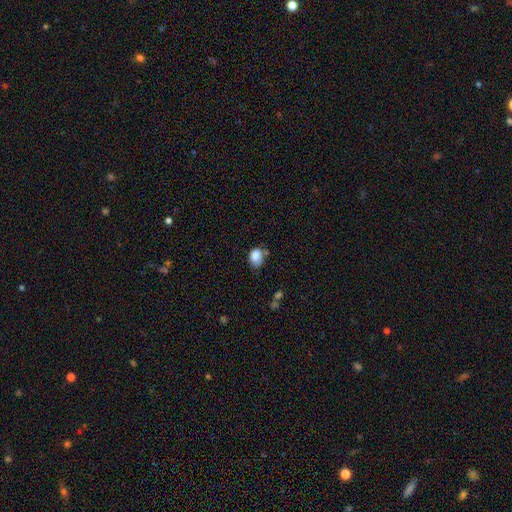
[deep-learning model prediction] Morphology: type=smooth (84%); roundness=in between (64%); merging=none (51%).